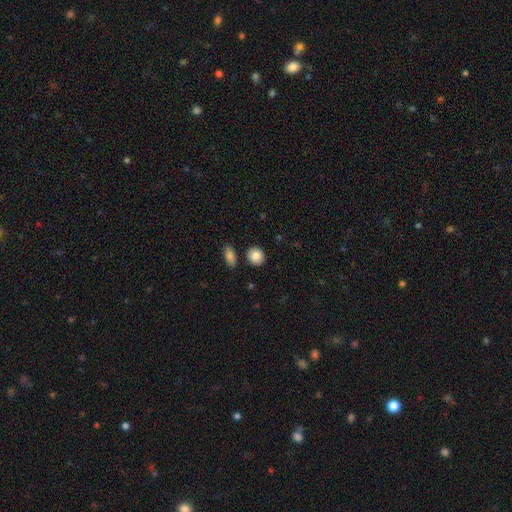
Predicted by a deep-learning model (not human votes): The model was most divided on "how rounded": round: 74%, in between: 25%, cigar-shaped: 1%. More confident: smooth or featured — smooth (86%); merging — none (84%).